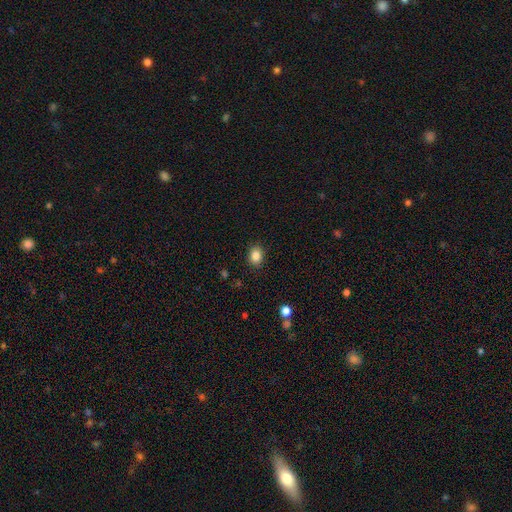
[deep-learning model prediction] Smooth or featured? Predicted: smooth (p=0.85). How rounded? Predicted: in between (p=0.53). Merging? Predicted: none (p=0.88).